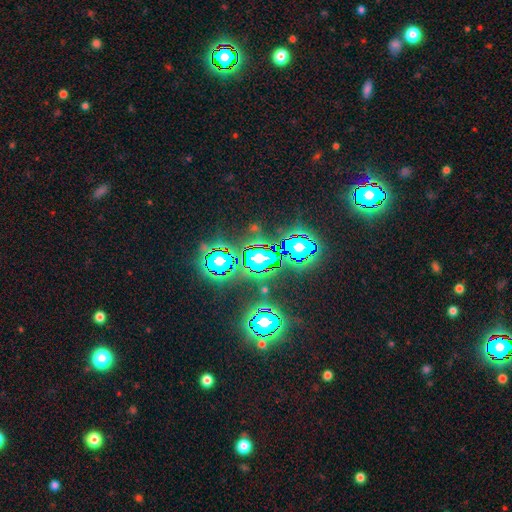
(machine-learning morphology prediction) Smooth or featured? Predicted: star or artifact (p=0.80).